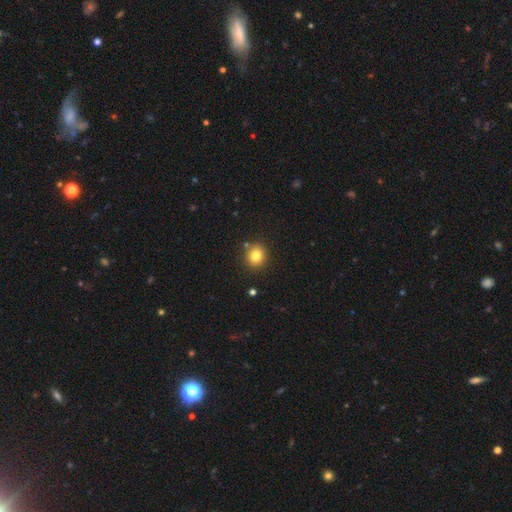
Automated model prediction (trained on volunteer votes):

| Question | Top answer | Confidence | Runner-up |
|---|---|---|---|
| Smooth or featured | smooth | 81% | star or artifact (12%) |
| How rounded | round | 83% | in between (16%) |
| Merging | none | 87% | minor disturbance (7%) |